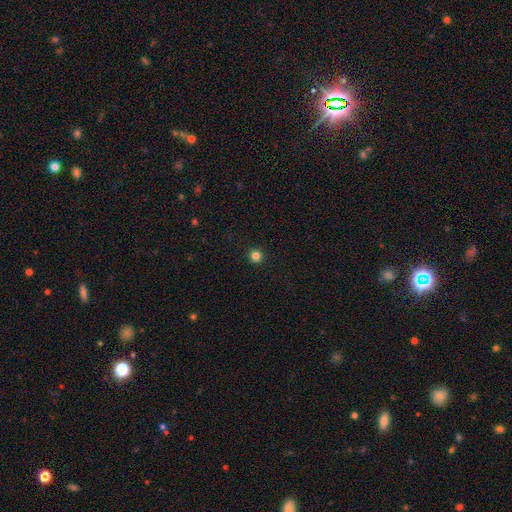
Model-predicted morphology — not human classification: Smooth or featured?
  - smooth: 82% *
  - star or artifact: 14%
  - featured or disk: 5%
How rounded?
  - round: 96% *
  - in between: 3%
  - cigar-shaped: 1%
Merging?
  - none: 94% *
  - minor disturbance: 4%
  - major disturbance: 1%
  - merger: 1%